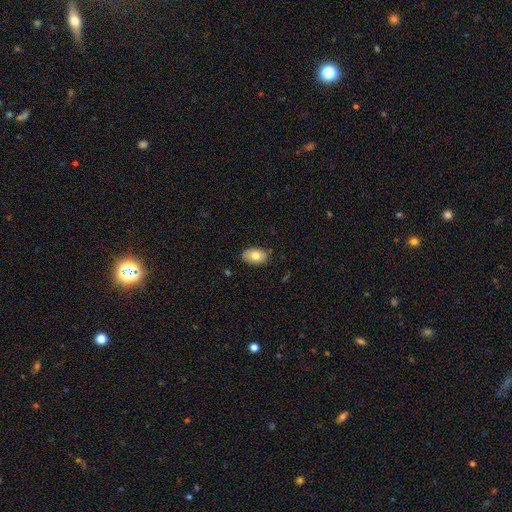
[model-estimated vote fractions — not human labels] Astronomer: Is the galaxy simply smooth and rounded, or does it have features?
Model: smooth — 76%.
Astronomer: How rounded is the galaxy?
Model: in between — 86%.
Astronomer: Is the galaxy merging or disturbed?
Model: none — 83%.